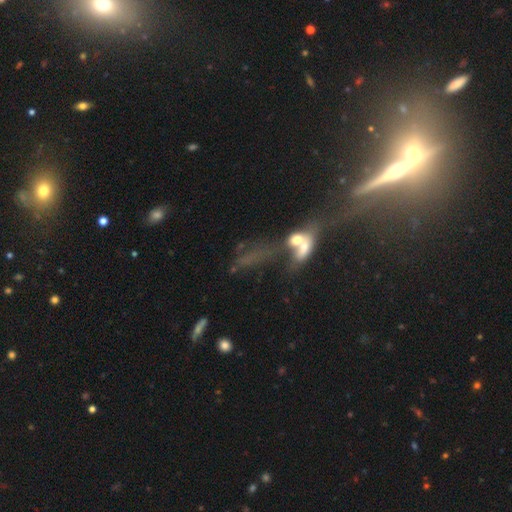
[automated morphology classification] featured or disk 44%, star or artifact 31%, smooth 25%. Down the decision tree: merging — merger (48%).